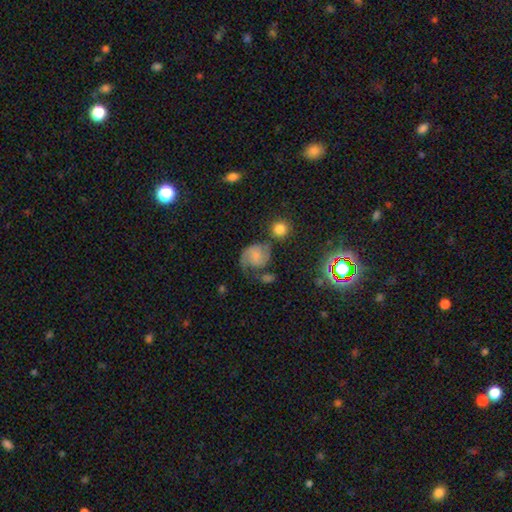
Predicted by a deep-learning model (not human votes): A featured or disk galaxy (57%) with no bar (64%), 2 (76%) medium (47%) spiral arms (90%) and a small central bulge (44%). Merging: none (46%).